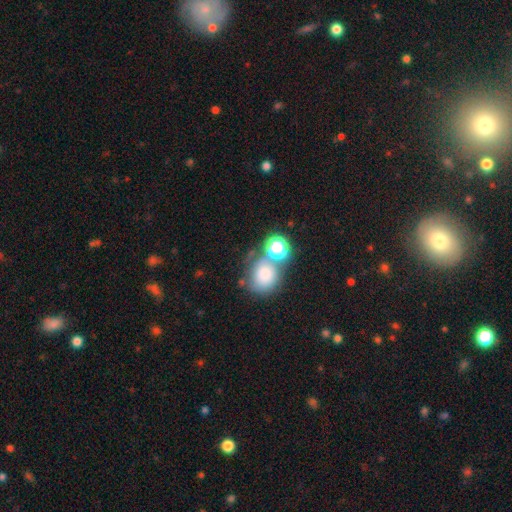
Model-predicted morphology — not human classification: smooth_or_featured: smooth (p=0.51) [alt: star or artifact p=0.35]
how_rounded: round (p=0.78) [alt: in between p=0.21]
merging: none (p=0.58) [alt: merger p=0.24]